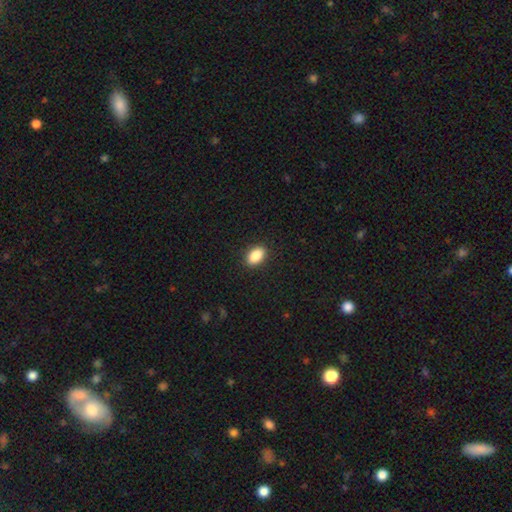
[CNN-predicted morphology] Smooth or featured: smooth — 88% (star or artifact — 8%)
How rounded: in between — 89% (round — 9%)
Merging: none — 89% (minor disturbance — 8%)